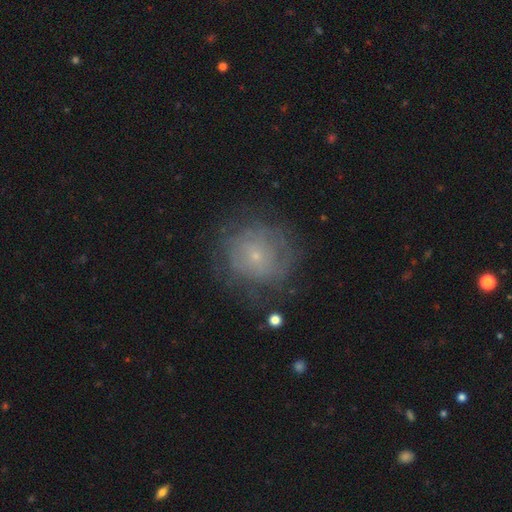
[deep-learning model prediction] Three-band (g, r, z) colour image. It shows a featured or disk galaxy (50%). Merging: none (70%).